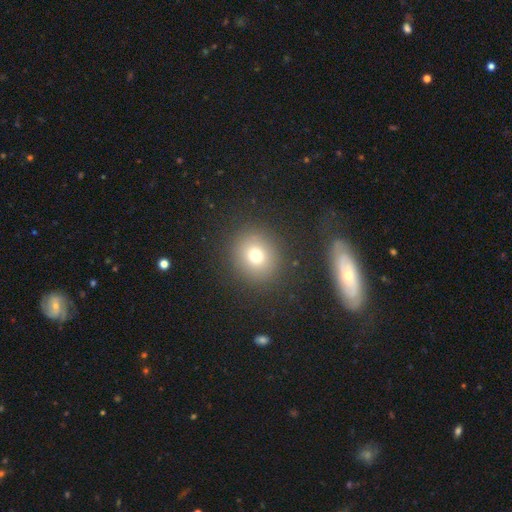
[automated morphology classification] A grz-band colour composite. It shows a smooth galaxy with no disk features (74%) that is round (86%). Merging: none (87%).